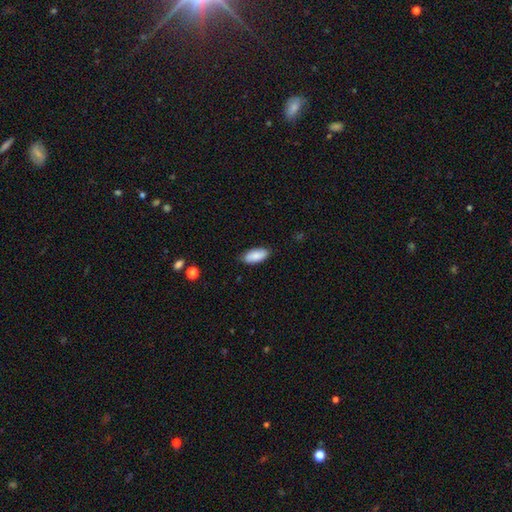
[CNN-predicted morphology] Smooth or featured?
  - smooth: 88% *
  - featured or disk: 6%
  - star or artifact: 6%
How rounded?
  - in between: 89% *
  - cigar-shaped: 9%
  - round: 2%
Merging?
  - none: 84% *
  - minor disturbance: 12%
  - major disturbance: 2%
  - merger: 1%